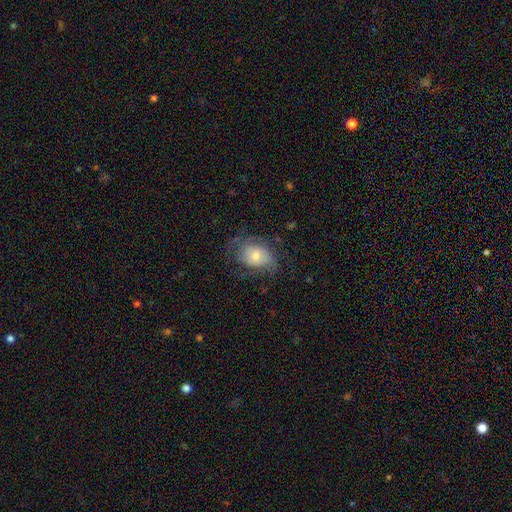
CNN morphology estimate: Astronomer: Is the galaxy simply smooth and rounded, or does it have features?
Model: smooth — 48% (runner-up: featured or disk, 43%).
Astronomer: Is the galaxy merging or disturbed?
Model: none — 56%.